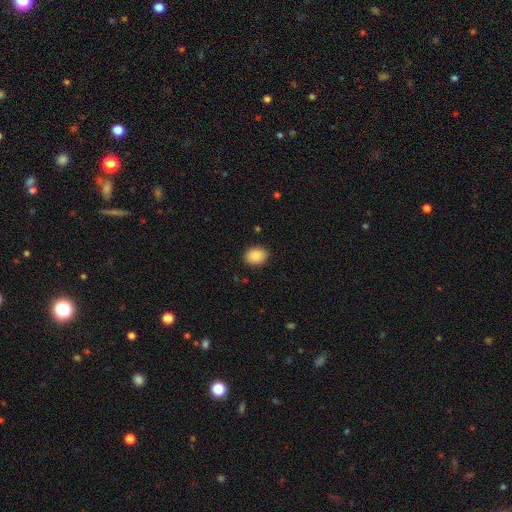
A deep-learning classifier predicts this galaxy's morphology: Smooth or featured: smooth — 87% (star or artifact — 8%)
How rounded: in between — 62% (round — 38%)
Merging: none — 89% (minor disturbance — 8%)